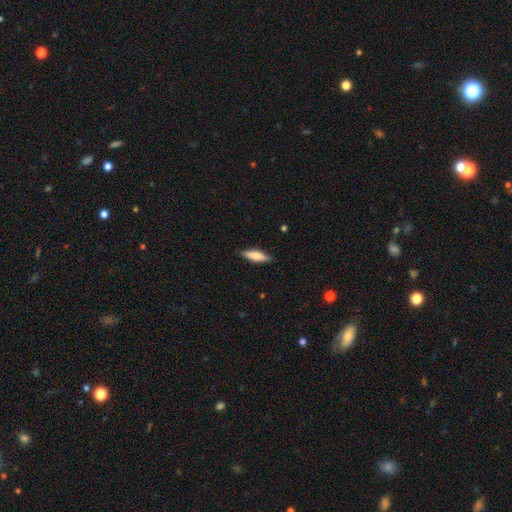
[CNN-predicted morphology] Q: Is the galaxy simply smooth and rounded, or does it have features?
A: smooth — 70%.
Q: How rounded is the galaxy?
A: cigar-shaped — 59%.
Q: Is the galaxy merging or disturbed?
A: none — 86%.